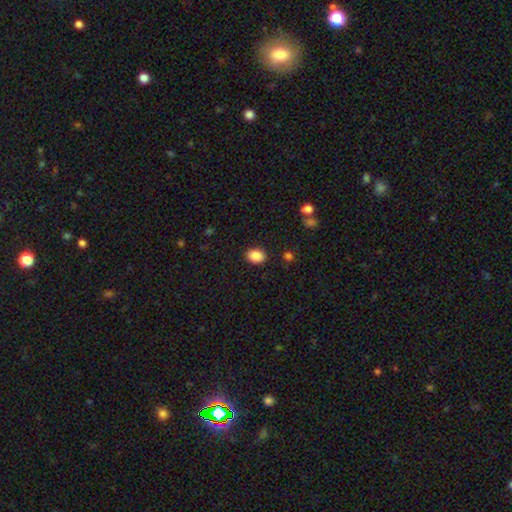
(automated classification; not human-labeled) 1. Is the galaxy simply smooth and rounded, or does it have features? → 88% smooth, 8% star or artifact, 4% featured or disk.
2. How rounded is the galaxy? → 70% in between, 29% round, 1% cigar-shaped.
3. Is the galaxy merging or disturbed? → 88% none, 8% minor disturbance, 2% major disturbance, 1% merger.